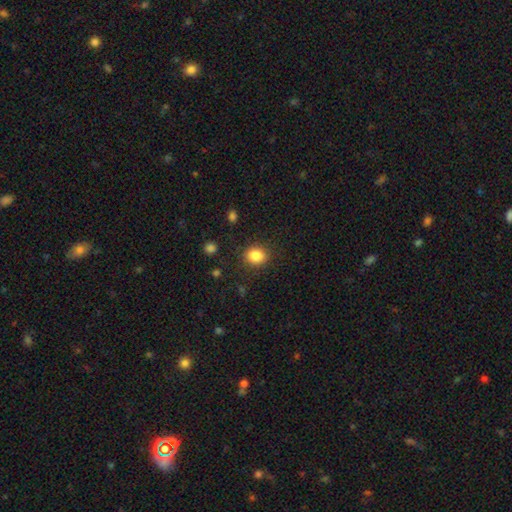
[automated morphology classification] A smooth galaxy with no disk features (85%) that is round (64%).

Vote fractions:
- Smooth or featured? smooth: 85% / star or artifact: 10% / featured or disk: 5%
- How rounded? round: 64% / in between: 35% / cigar-shaped: 1%
- Merging? none: 87% / minor disturbance: 8% / major disturbance: 3% / merger: 1%